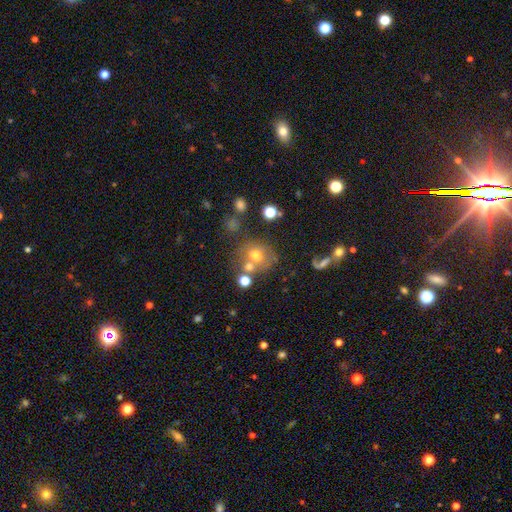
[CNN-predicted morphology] Smooth or featured?
  - smooth: 63% *
  - featured or disk: 20%
  - star or artifact: 17%
How rounded?
  - round: 80% *
  - in between: 19%
  - cigar-shaped: 1%
Merging?
  - none: 51% *
  - merger: 27%
  - minor disturbance: 14%
  - major disturbance: 9%